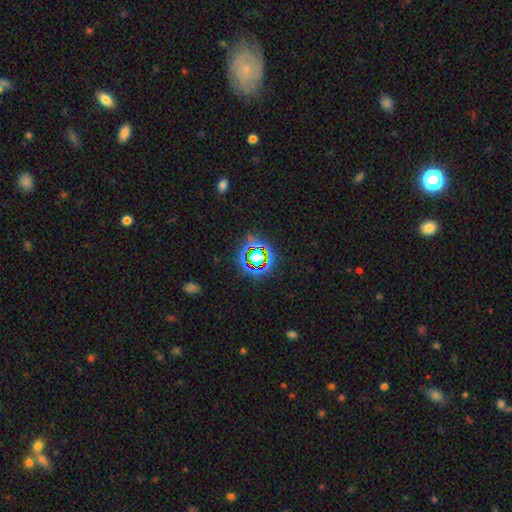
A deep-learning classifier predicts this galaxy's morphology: smooth_or_featured: star or artifact (p=0.67) [alt: smooth p=0.21]